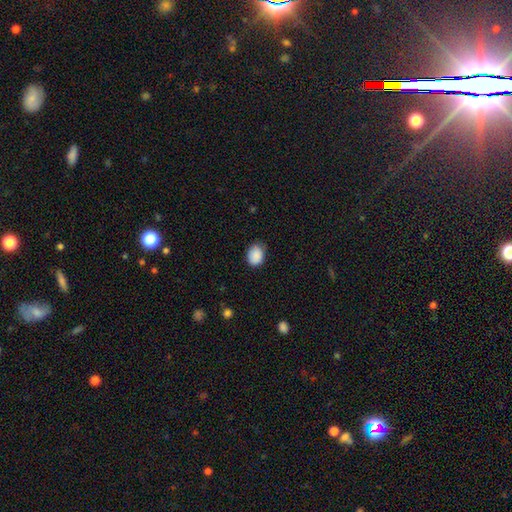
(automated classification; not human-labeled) Q: Smooth or featured?
A: smooth (88%); runner-up: star or artifact (8%)
Q: How rounded?
A: in between (59%); runner-up: round (40%)
Q: Merging?
A: none (70%); runner-up: minor disturbance (25%)